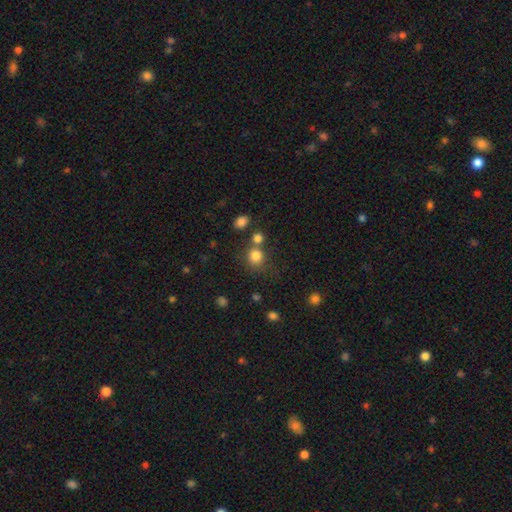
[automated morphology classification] smooth-or-featured: smooth: 81% | star or artifact: 13% | featured or disk: 6%
  how-rounded: round: 82% | in between: 17% | cigar-shaped: 1%
  merging: none: 61% | merger: 22% | minor disturbance: 12% | major disturbance: 6%